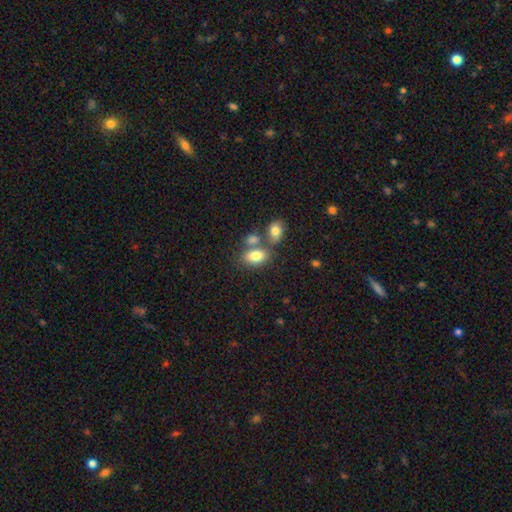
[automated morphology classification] Smooth or featured: smooth — 80% (featured or disk — 11%)
How rounded: in between — 87% (round — 11%)
Merging: none — 46% (merger — 39%)